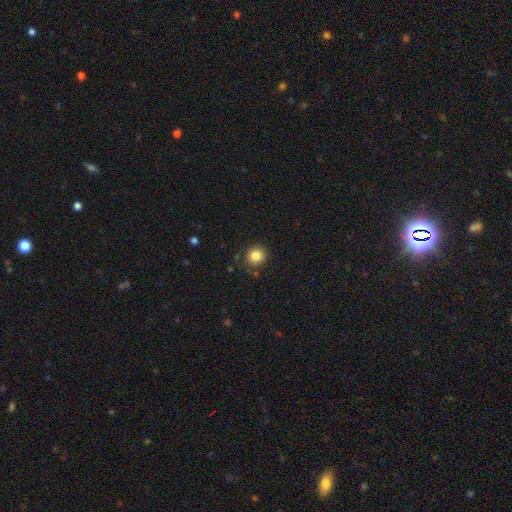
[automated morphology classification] Smooth or featured?
  - smooth: 85% *
  - star or artifact: 11%
  - featured or disk: 5%
How rounded?
  - round: 91% *
  - in between: 8%
  - cigar-shaped: 1%
Merging?
  - none: 85% *
  - minor disturbance: 10%
  - major disturbance: 3%
  - merger: 2%